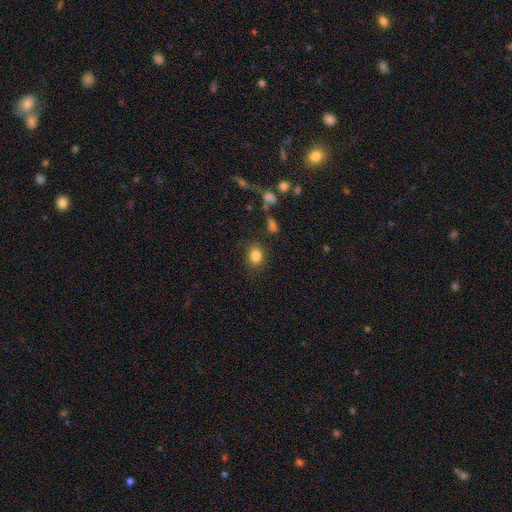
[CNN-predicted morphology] smooth_or_featured: smooth (p=0.83) [alt: star or artifact p=0.10]
how_rounded: in between (p=0.51) [alt: round p=0.48]
merging: none (p=0.82) [alt: minor disturbance p=0.11]